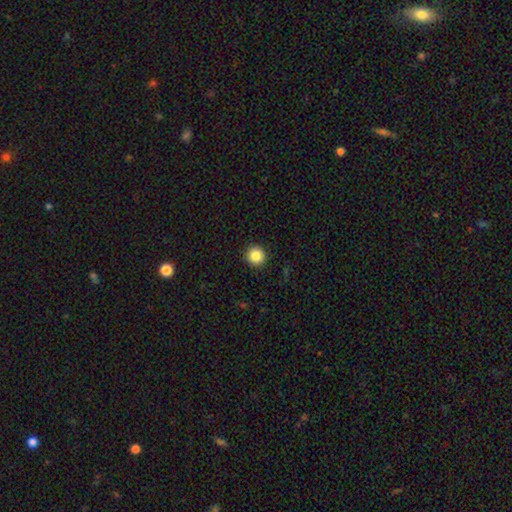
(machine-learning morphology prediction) Smooth or featured? Predicted: smooth (p=0.86). How rounded? Predicted: round (p=0.95). Merging? Predicted: none (p=0.93).